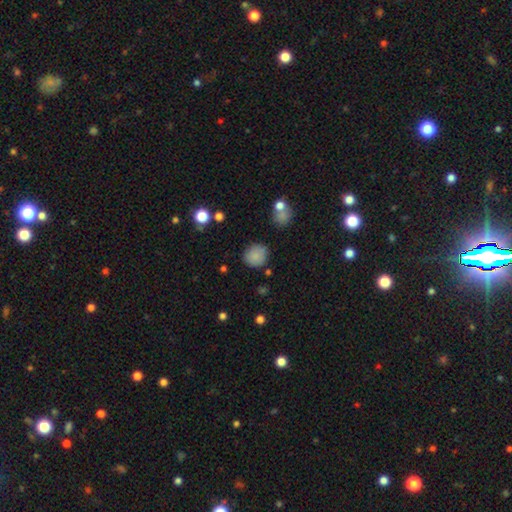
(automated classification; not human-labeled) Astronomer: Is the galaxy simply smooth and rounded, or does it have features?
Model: smooth — 83%.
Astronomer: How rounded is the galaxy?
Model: round — 86%.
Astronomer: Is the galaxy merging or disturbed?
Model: none — 79%.